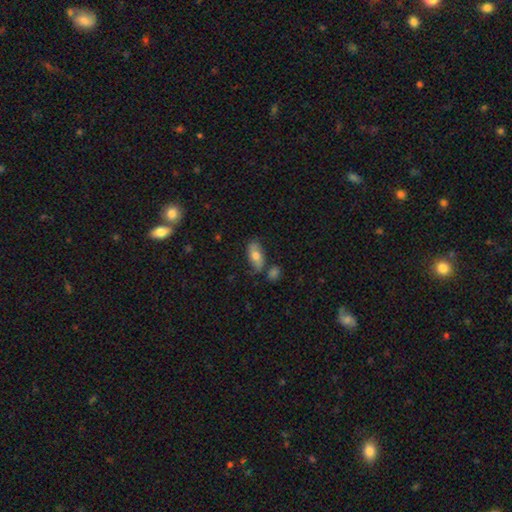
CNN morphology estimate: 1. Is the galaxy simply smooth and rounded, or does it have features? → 65% smooth, 28% featured or disk, 7% star or artifact.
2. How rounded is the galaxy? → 88% in between, 7% cigar-shaped, 4% round.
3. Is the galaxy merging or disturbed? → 67% none, 20% minor disturbance, 8% merger, 5% major disturbance.